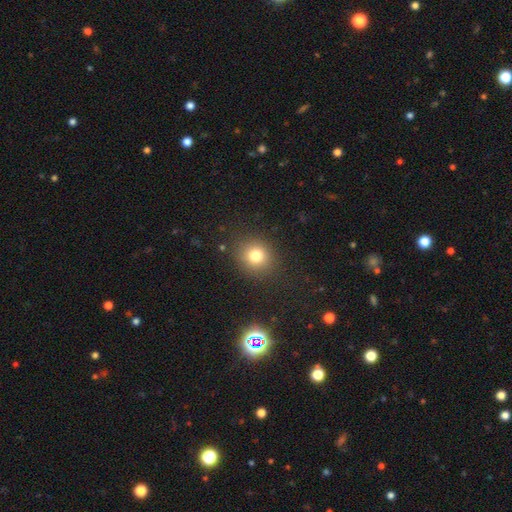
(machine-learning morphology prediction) This is likely a smooth galaxy (78%). How rounded: likely round (80%). Merging: clearly none (87%).